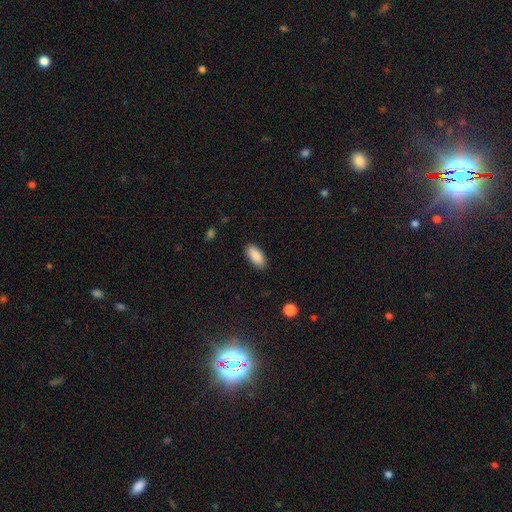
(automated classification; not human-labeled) Overall: smooth (89%). How rounded: in between (91%). Merging: none (88%).